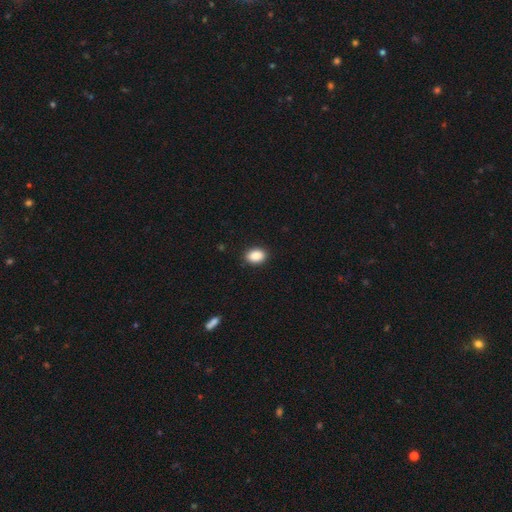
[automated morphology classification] A smooth galaxy with no disk features (90%) that is in between round and cigar-shaped (79%).

Vote fractions:
- Smooth or featured? smooth: 90% / star or artifact: 8% / featured or disk: 3%
- How rounded? in between: 79% / round: 19% / cigar-shaped: 1%
- Merging? none: 89% / minor disturbance: 8% / major disturbance: 2% / merger: 1%